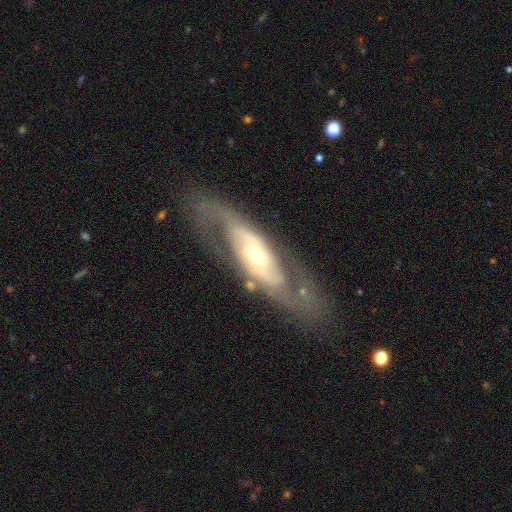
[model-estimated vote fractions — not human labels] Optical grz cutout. It shows a featured or disk galaxy (82%) with no bar (58%), 2 (84%) medium (44%) spiral arms (77%) and a moderate central bulge (47%). Merging: none (75%).